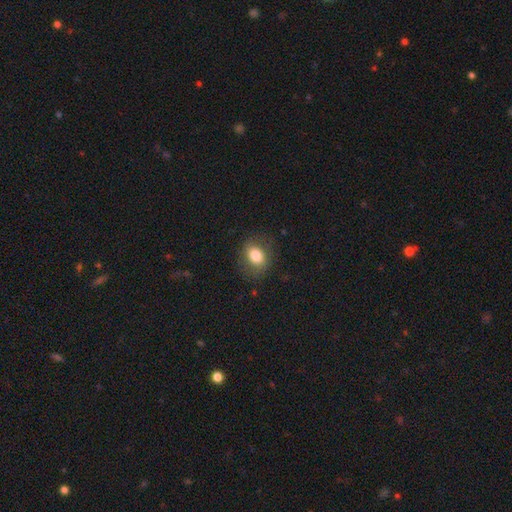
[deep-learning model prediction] The model was most divided on "how rounded": in between: 61%, round: 38%, cigar-shaped: 1%. More confident: smooth or featured — smooth (80%); merging — none (77%).